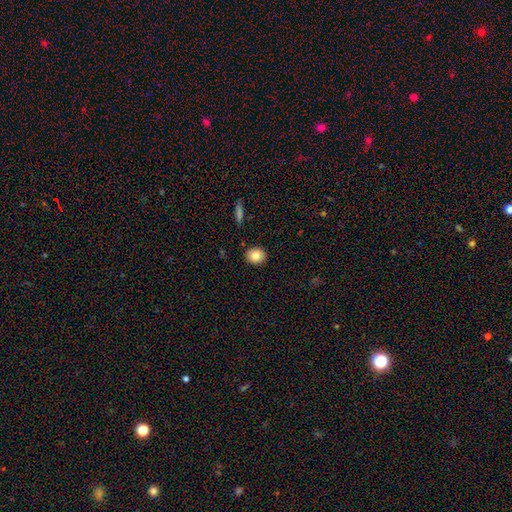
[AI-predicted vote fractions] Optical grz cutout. It shows a smooth galaxy with no disk features (83%) that is round (64%). Merging: none (90%).